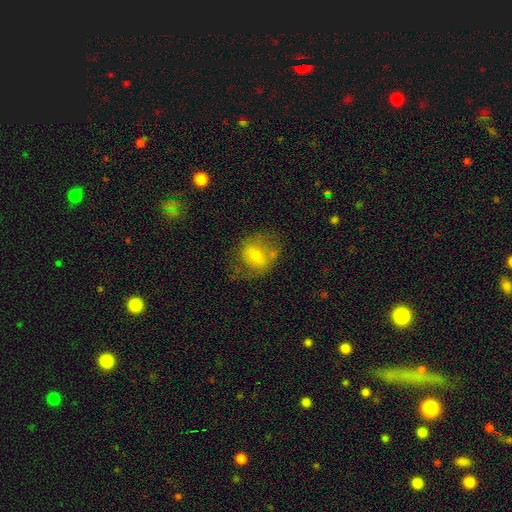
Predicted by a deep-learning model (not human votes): Smooth or featured?
  - smooth: 58% *
  - featured or disk: 33%
  - star or artifact: 9%
How rounded?
  - round: 55% *
  - in between: 44%
  - cigar-shaped: 1%
Merging?
  - none: 52% *
  - minor disturbance: 24%
  - major disturbance: 16%
  - merger: 8%